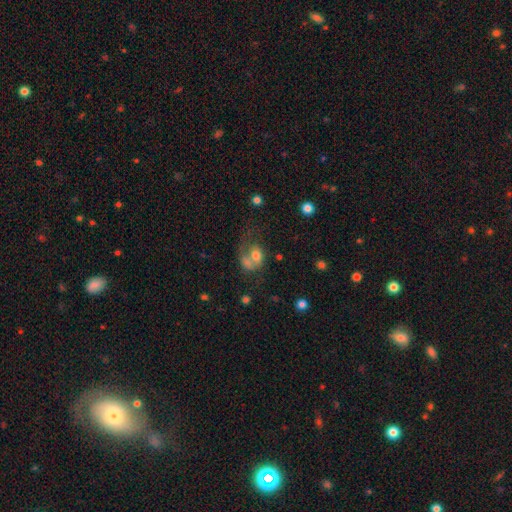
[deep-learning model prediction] smooth 53%, featured or disk 36%, star or artifact 11%. Down the decision tree: how rounded — in between (59%); merging — merger (44%).